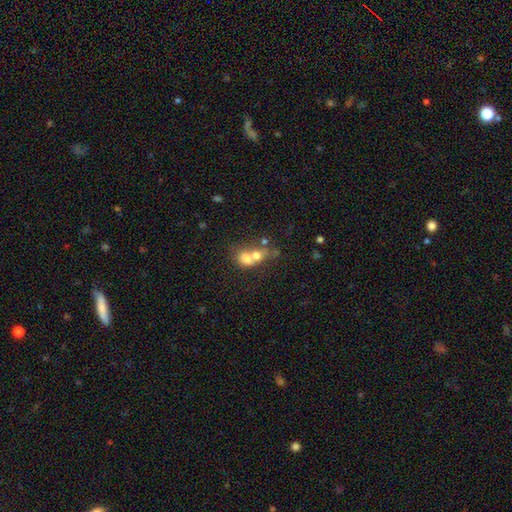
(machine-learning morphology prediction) Q: Smooth or featured?
A: smooth (62%); runner-up: featured or disk (25%)
Q: How rounded?
A: round (54%); runner-up: in between (44%)
Q: Merging?
A: merger (68%); runner-up: none (19%)